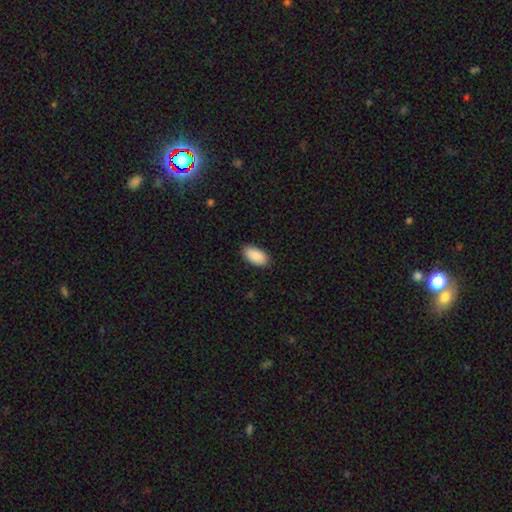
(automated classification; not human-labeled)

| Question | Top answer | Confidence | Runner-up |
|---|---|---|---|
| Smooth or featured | smooth | 91% | star or artifact (6%) |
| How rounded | in between | 95% | round (2%) |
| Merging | none | 88% | minor disturbance (9%) |